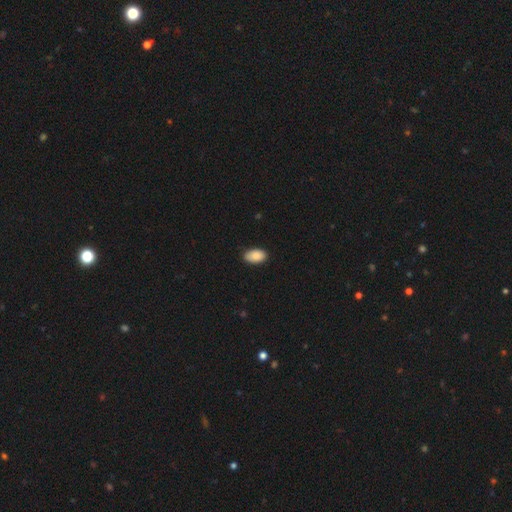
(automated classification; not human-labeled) A smooth galaxy with no disk features (89%) that is in between round and cigar-shaped (94%). Merging: none (84%).